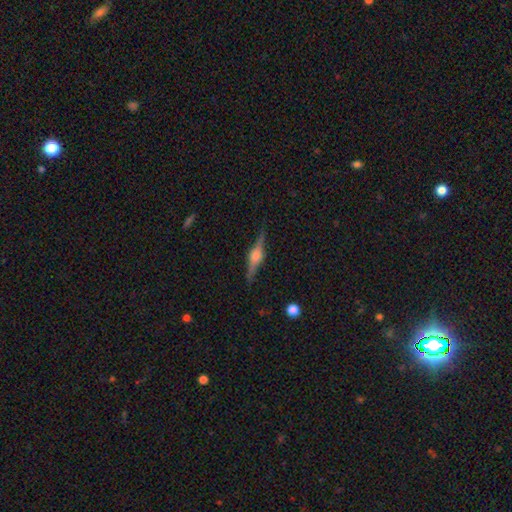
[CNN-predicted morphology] type=featured or disk (81%); edge-on=yes (98%); edge-on bulge=rounded (86%); merging=none (88%).